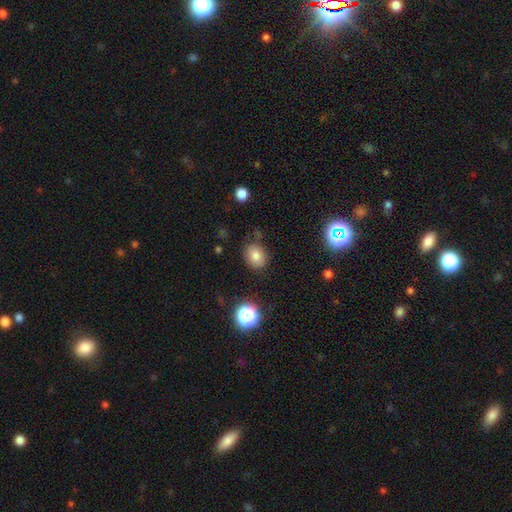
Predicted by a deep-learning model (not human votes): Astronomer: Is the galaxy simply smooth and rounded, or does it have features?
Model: smooth — 79%.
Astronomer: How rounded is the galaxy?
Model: round — 53% (runner-up: in between, 46%).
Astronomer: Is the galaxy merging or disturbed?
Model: none — 79%.